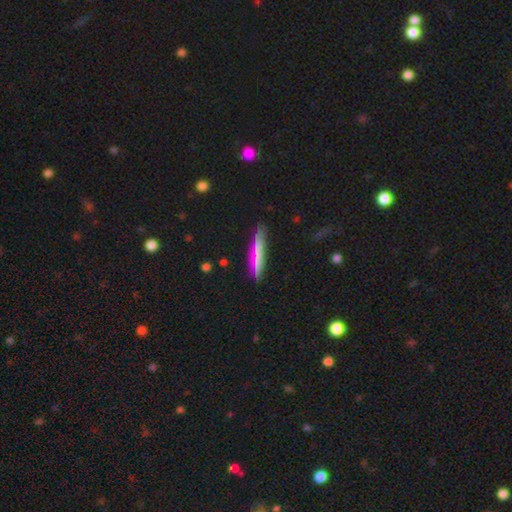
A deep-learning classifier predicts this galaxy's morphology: A smooth galaxy with no disk features (61%) that is cigar-shaped (86%). Merging: none (83%).